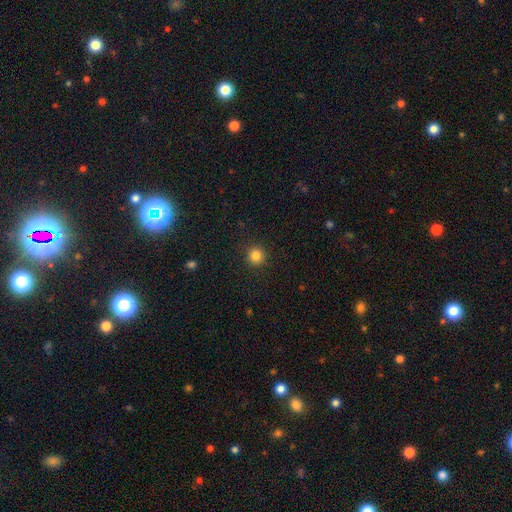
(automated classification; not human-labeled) Smooth or featured? smooth (84%)
How rounded? round (94%)
Merging? none (91%)